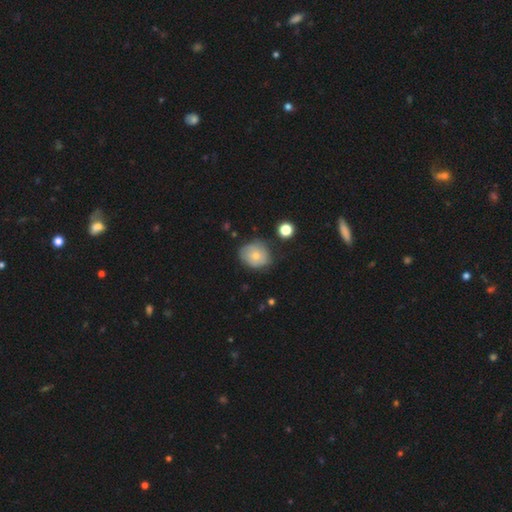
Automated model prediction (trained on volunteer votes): Morphology: type=smooth (62%); roundness=round (74%); merging=none (63%).